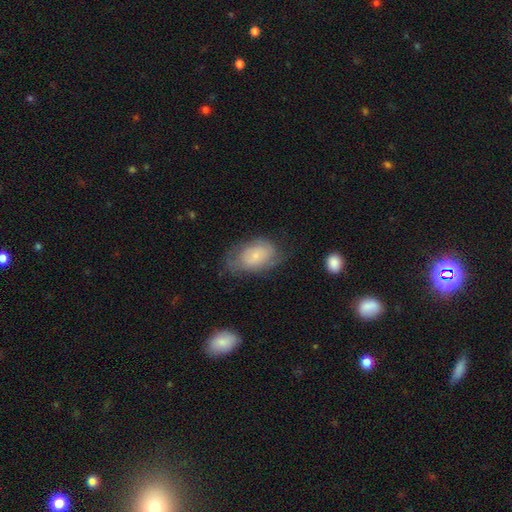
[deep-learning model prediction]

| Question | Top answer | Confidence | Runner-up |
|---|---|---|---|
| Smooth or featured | smooth | 53% | featured or disk (40%) |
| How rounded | in between | 88% | round (11%) |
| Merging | none | 56% | minor disturbance (26%) |